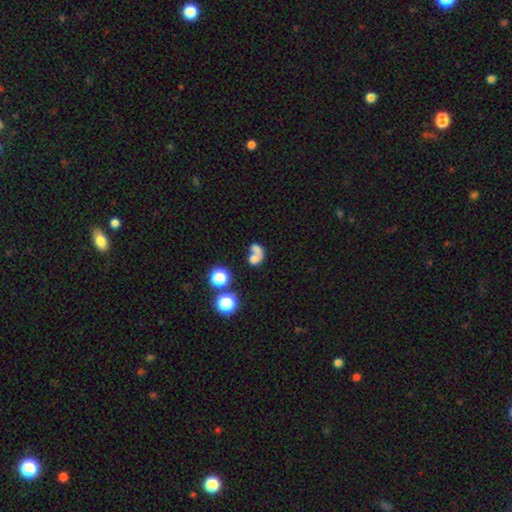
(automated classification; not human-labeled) Smooth or featured? Predicted: smooth (p=0.59). How rounded? Predicted: in between (p=0.54). Merging? Predicted: merger (p=0.53).